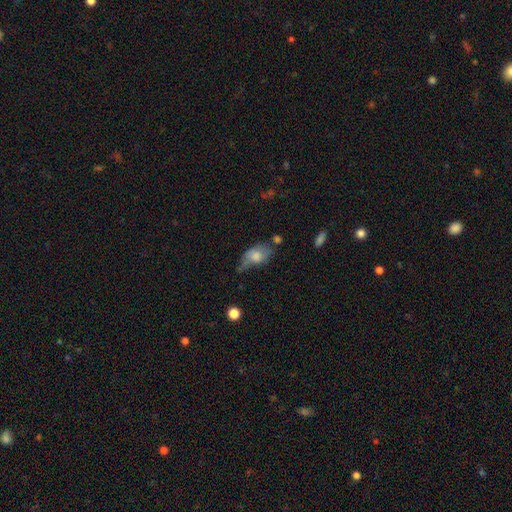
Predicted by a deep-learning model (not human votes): smooth-or-featured: smooth: 66% | featured or disk: 26% | star or artifact: 8%
  how-rounded: in between: 87% | round: 10% | cigar-shaped: 4%
  merging: minor disturbance: 36% | none: 31% | major disturbance: 24% | merger: 9%